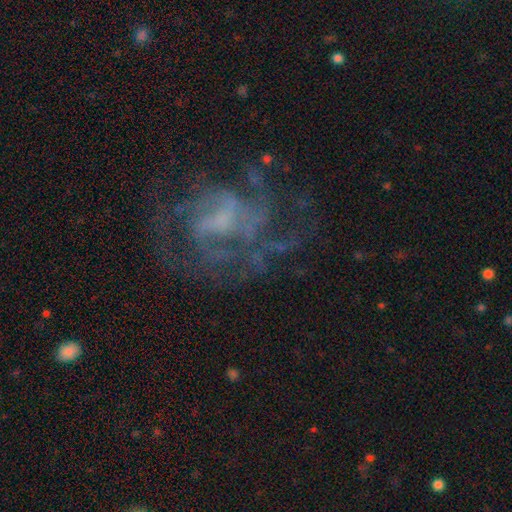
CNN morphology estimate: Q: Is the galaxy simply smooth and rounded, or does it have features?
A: featured or disk — 74%.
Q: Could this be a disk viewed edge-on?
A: no — 97%.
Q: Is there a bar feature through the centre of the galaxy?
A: no — 49%.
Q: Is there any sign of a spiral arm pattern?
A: yes — 75%.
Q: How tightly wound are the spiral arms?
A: medium — 43%.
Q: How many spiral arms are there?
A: can't tell — 44%.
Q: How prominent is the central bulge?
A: none — 36%.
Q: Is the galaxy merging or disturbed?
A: none — 53%.